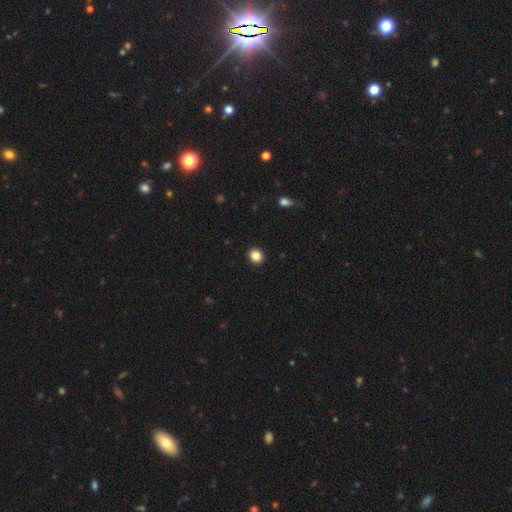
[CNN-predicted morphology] Smooth or featured: smooth — 85% (star or artifact — 11%)
How rounded: round — 82% (in between — 18%)
Merging: none — 93% (minor disturbance — 5%)